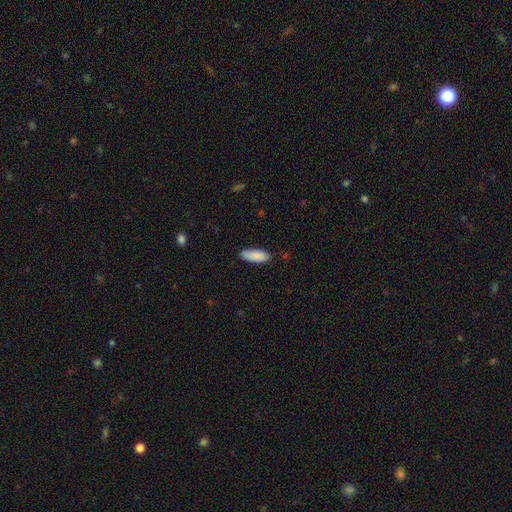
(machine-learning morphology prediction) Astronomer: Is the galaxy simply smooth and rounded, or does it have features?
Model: smooth — 89%.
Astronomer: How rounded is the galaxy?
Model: in between — 73%.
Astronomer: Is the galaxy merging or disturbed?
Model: none — 84%.